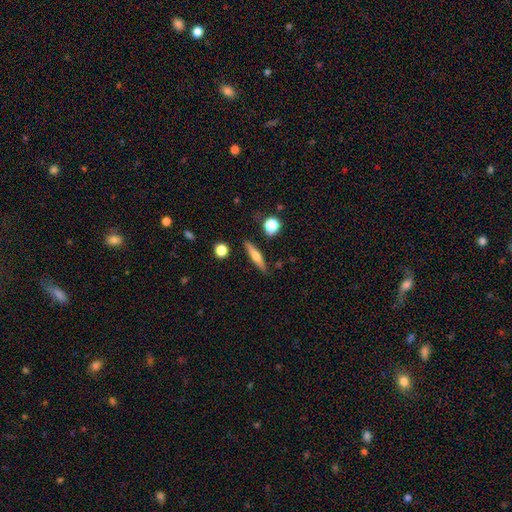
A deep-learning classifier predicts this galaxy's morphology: This appears to be a smooth galaxy with no disk features (52%) that is cigar-shaped (81%). Merging: none (85%).